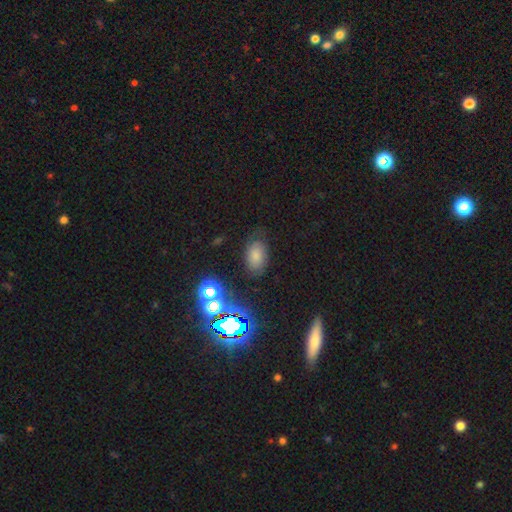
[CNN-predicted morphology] A smooth galaxy with no disk features (68%) that is in between round and cigar-shaped (88%).

Vote fractions:
- Smooth or featured? smooth: 68% / star or artifact: 20% / featured or disk: 12%
- How rounded? in between: 88% / round: 10% / cigar-shaped: 1%
- Merging? none: 76% / minor disturbance: 16% / major disturbance: 6% / merger: 2%